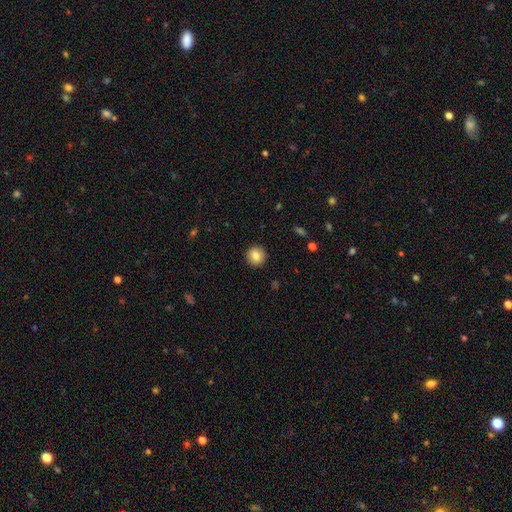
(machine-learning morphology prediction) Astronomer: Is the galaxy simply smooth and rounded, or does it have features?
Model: smooth — 81%.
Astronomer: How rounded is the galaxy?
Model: round — 93%.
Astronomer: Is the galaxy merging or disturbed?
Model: none — 92%.